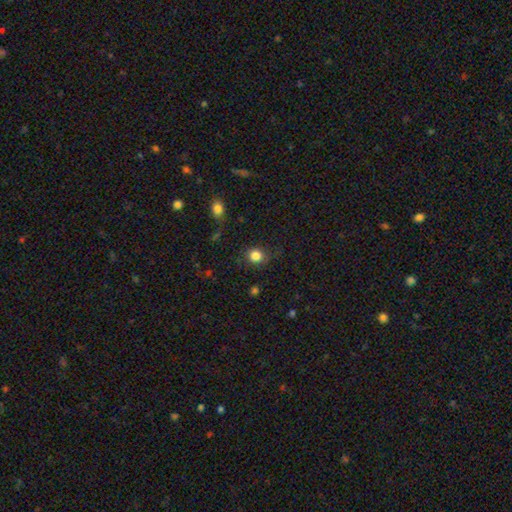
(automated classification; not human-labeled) Overall: smooth (84%). How rounded: round (79%). Merging: none (77%).